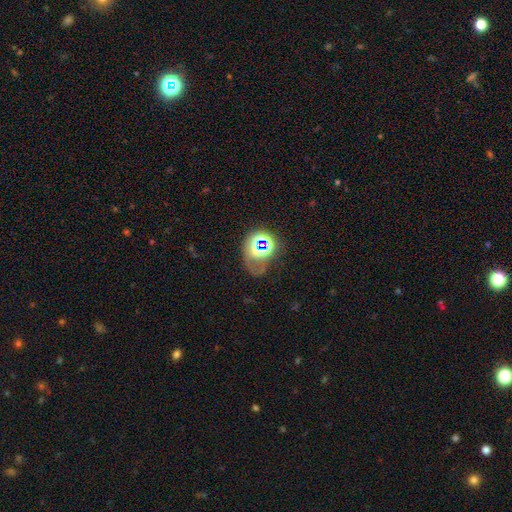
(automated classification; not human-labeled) smooth-or-featured: star or artifact: 61% | smooth: 20% | featured or disk: 19%